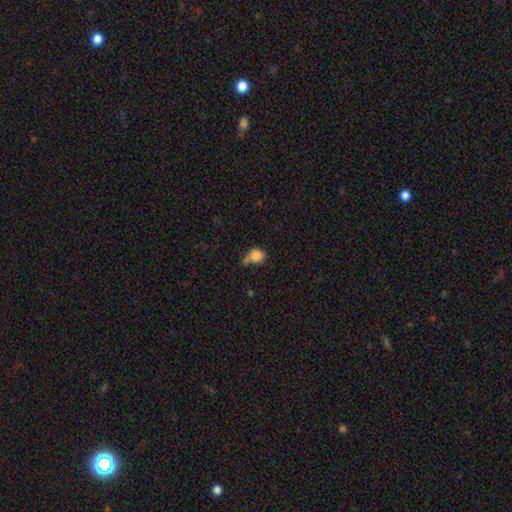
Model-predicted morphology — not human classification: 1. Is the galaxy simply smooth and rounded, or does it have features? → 82% smooth, 9% star or artifact, 9% featured or disk.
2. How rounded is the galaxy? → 62% round, 36% in between, 1% cigar-shaped.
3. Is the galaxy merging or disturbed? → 35% none, 29% minor disturbance, 18% merger, 17% major disturbance.